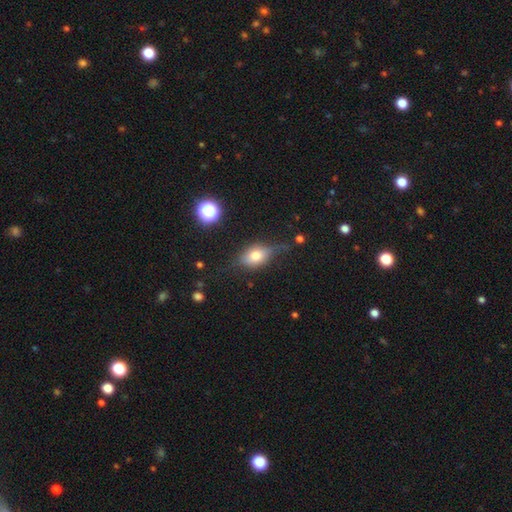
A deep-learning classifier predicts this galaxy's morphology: A smooth galaxy with no disk features (65%) that is in between round and cigar-shaped (77%).

Vote fractions:
- Smooth or featured? smooth: 65% / featured or disk: 24% / star or artifact: 11%
- How rounded? in between: 77% / round: 18% / cigar-shaped: 5%
- Merging? none: 55% / minor disturbance: 30% / major disturbance: 12% / merger: 3%